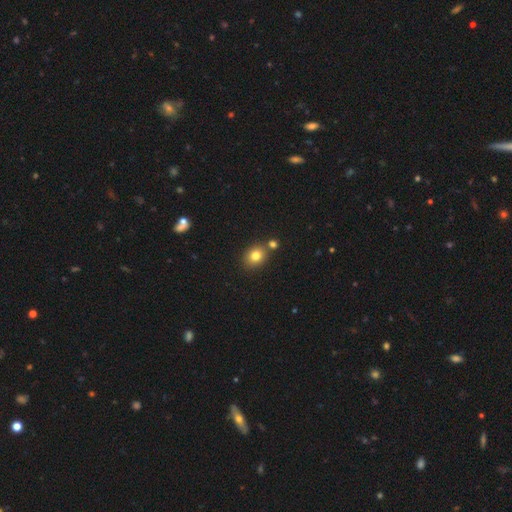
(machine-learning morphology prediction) This appears to be a smooth galaxy with no disk features (80%) that is round (58%). Merging: none (72%).